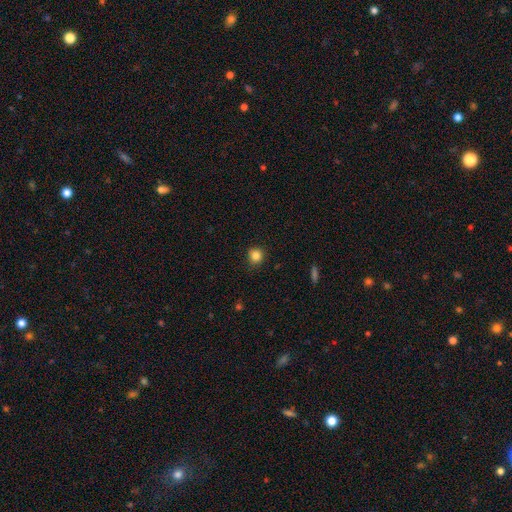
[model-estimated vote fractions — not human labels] This appears to be a smooth galaxy with no disk features (84%) that is round (91%). Merging: none (87%).